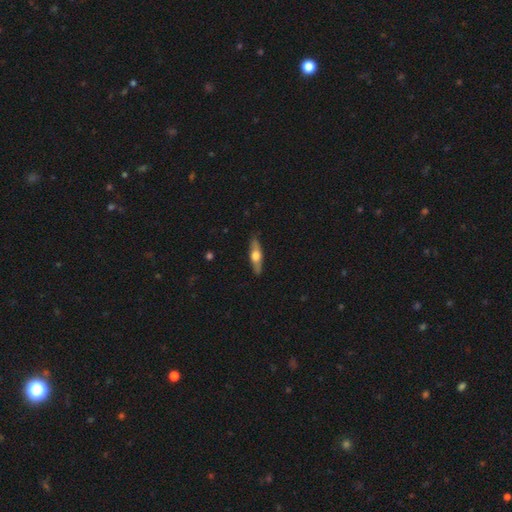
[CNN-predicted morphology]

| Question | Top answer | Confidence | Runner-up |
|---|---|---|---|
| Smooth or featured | featured or disk | 51% | smooth (44%) |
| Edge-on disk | yes | 88% | no (12%) |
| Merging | none | 87% | minor disturbance (10%) |